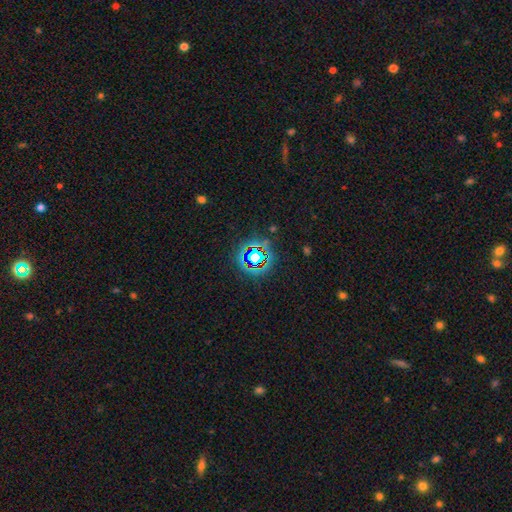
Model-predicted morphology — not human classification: This appears to be a star or artifact, not a galaxy (71%).